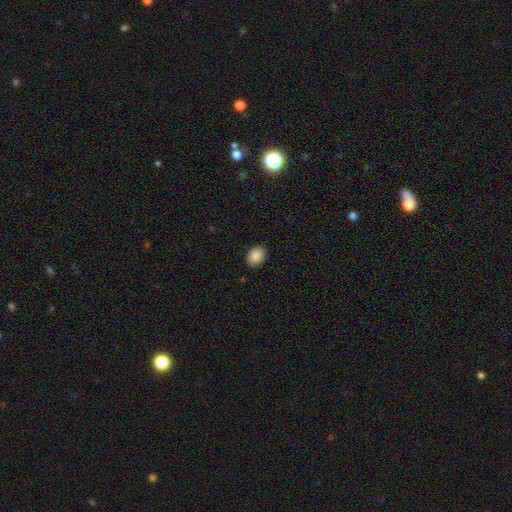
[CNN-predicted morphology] type=smooth (89%); roundness=in between (71%); merging=none (89%).